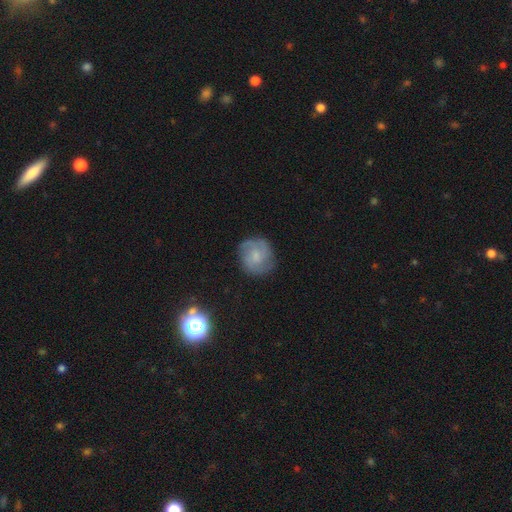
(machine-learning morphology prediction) This is possibly a featured or disk galaxy (54%). It is clearly not viewed edge-on (97%). Bar: likely no (61%). Spiral arm pattern: clearly yes (87%). Central bulge: possibly small (49%). Merging: likely none (77%).